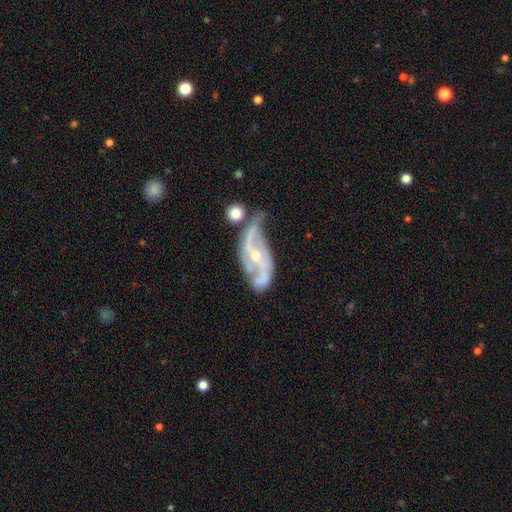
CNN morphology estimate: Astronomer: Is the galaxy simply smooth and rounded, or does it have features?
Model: featured or disk — 85%.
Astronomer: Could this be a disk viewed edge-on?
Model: no — 94%.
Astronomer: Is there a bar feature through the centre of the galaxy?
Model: no — 46% (runner-up: weak, 34%).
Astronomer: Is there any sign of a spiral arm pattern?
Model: yes — 91%.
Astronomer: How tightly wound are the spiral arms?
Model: loose — 52% (runner-up: medium, 35%).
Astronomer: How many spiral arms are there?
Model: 2 — 77%.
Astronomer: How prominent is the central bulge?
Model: small — 59% (runner-up: moderate, 36%).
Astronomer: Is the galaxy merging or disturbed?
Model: none — 32% (runner-up: minor disturbance, 25%).